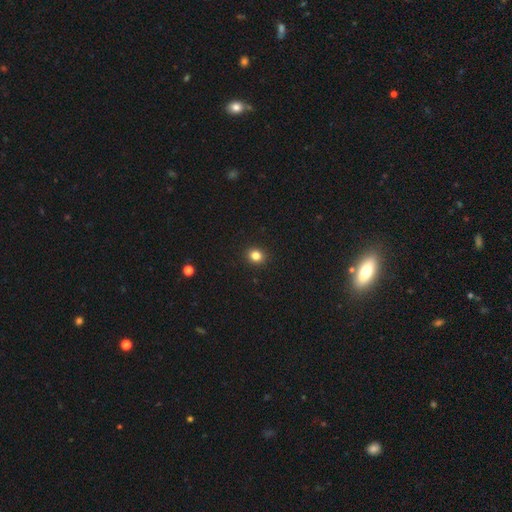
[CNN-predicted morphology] type=smooth (84%); roundness=round (80%); merging=none (93%).